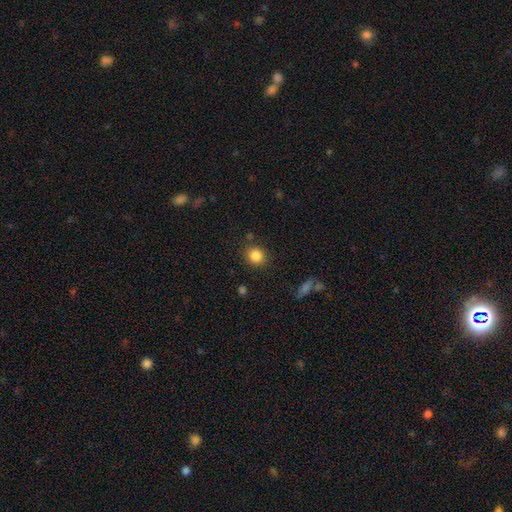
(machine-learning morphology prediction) Smooth or featured?
  - smooth: 85% *
  - star or artifact: 10%
  - featured or disk: 4%
How rounded?
  - round: 83% *
  - in between: 16%
  - cigar-shaped: 1%
Merging?
  - none: 85% *
  - minor disturbance: 9%
  - major disturbance: 3%
  - merger: 3%